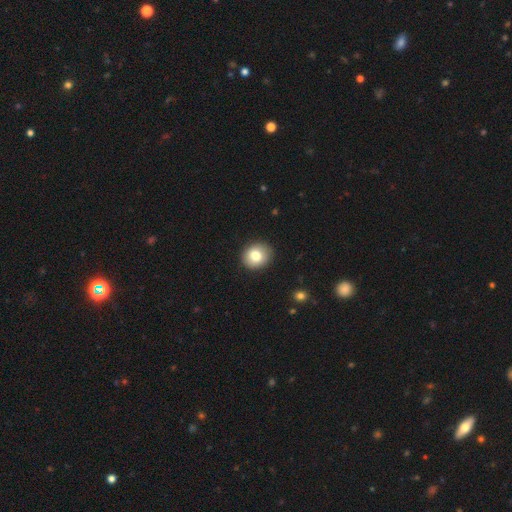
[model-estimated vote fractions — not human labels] A smooth galaxy with no disk features (81%) that is round (74%). Merging: none (88%).